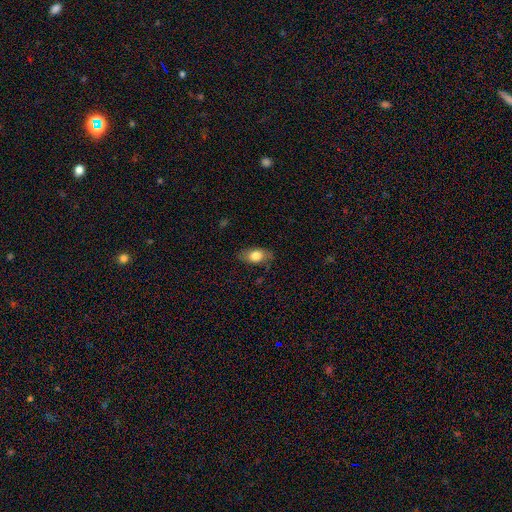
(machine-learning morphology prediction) Smooth or featured: smooth — 76% (featured or disk — 17%)
How rounded: in between — 86% (round — 8%)
Merging: none — 77% (minor disturbance — 18%)